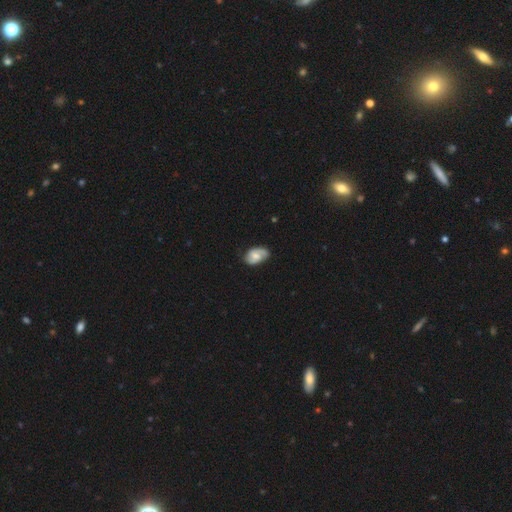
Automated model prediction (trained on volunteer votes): A featured or disk galaxy (53%) with no bar (51%), spiral arms (87%) and a moderate central bulge (49%). Merging: none (71%).